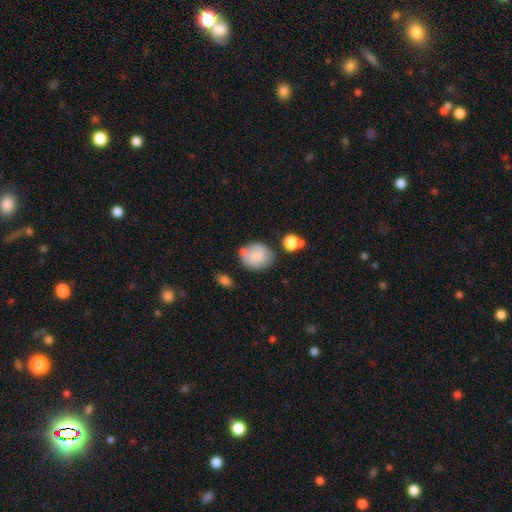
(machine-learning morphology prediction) This appears to be a smooth galaxy with no disk features (78%) that is round (60%). Merging: none (60%).